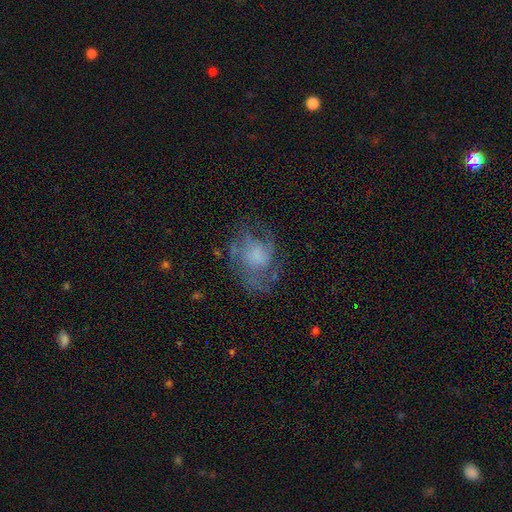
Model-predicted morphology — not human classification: Smooth or featured? Predicted: featured or disk (p=0.60). Edge-on disk? Predicted: no (p=0.98). Bar? Predicted: no (p=0.79). Spiral arms? Predicted: yes (p=0.72). Bulge size? Predicted: none (p=0.33). Merging? Predicted: none (p=0.55).